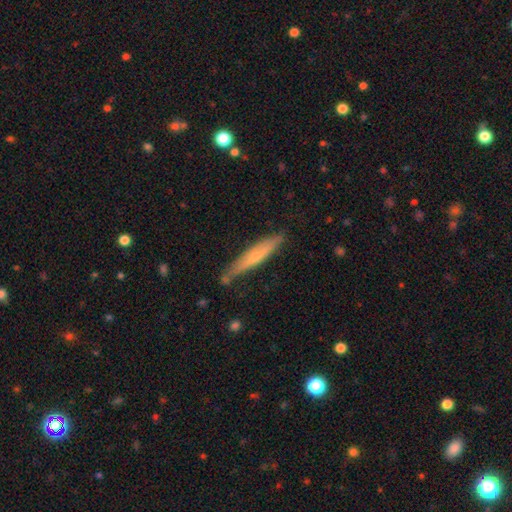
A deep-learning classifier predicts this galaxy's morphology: Smooth or featured: smooth — 54% (featured or disk — 40%)
How rounded: cigar-shaped — 92% (in between — 6%)
Merging: none — 78% (minor disturbance — 16%)